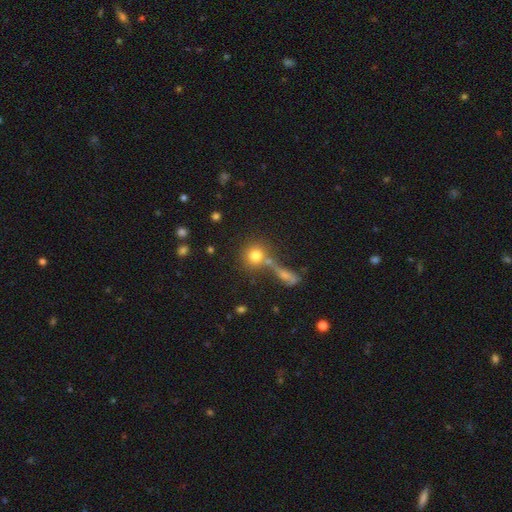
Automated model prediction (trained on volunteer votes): smooth-or-featured: smooth: 77% | star or artifact: 12% | featured or disk: 11%
  how-rounded: round: 86% | in between: 12% | cigar-shaped: 2%
  merging: none: 55% | merger: 29% | minor disturbance: 10% | major disturbance: 6%